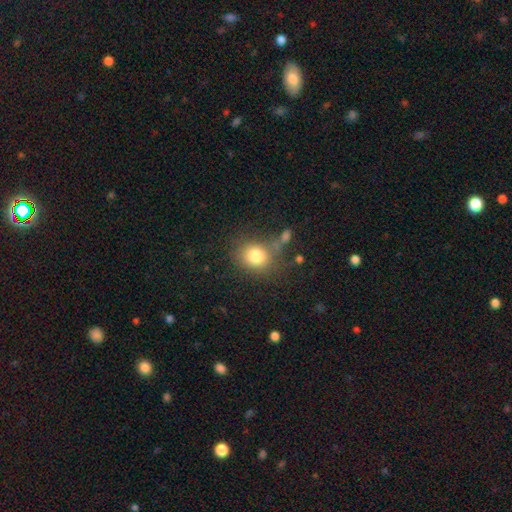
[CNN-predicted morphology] Smooth or featured: smooth — 81% (star or artifact — 11%)
How rounded: round — 70% (in between — 29%)
Merging: none — 67% (minor disturbance — 16%)